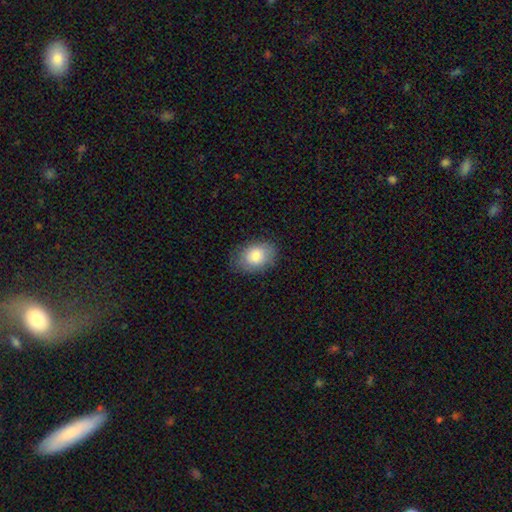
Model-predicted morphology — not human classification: Smooth or featured: smooth — 83% (featured or disk — 10%)
How rounded: in between — 79% (round — 20%)
Merging: none — 80% (minor disturbance — 16%)